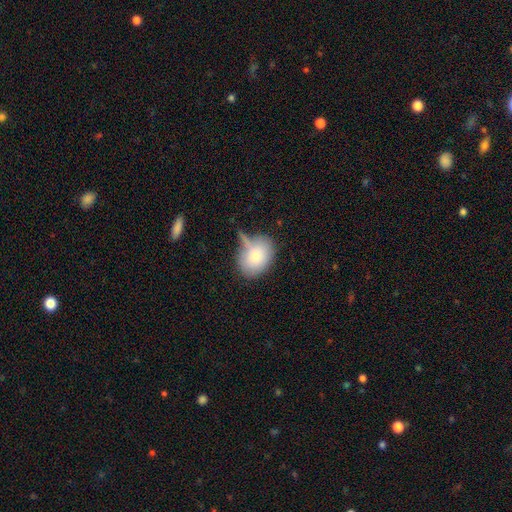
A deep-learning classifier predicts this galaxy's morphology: smooth-or-featured: smooth: 78% | featured or disk: 14% | star or artifact: 8%
  how-rounded: in between: 60% | round: 39% | cigar-shaped: 1%
  merging: none: 50% | minor disturbance: 25% | merger: 14% | major disturbance: 12%